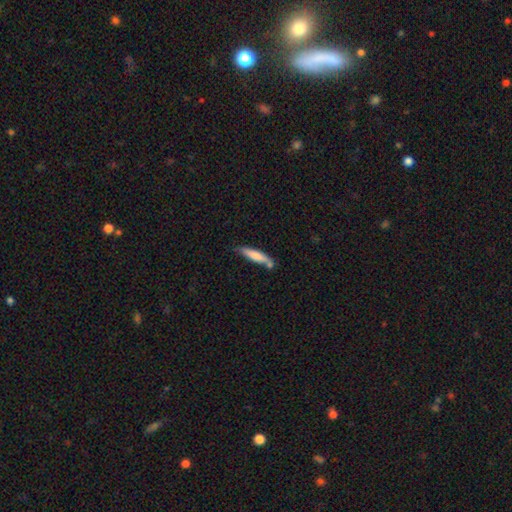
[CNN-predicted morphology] This is likely a smooth galaxy (72%). How rounded: clearly cigar-shaped (83%). Merging: likely none (65%).